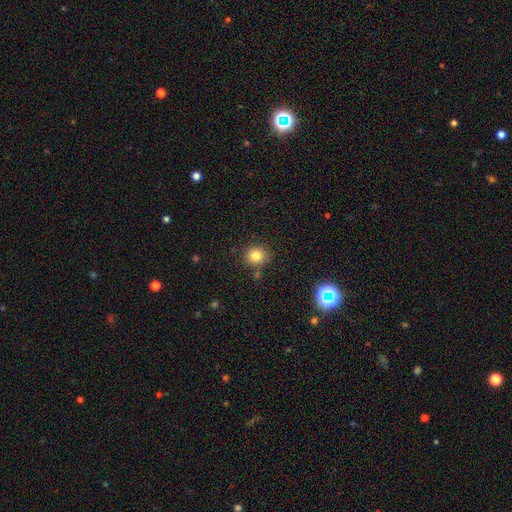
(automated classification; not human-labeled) smooth_or_featured: smooth (p=0.81) [alt: star or artifact p=0.13]
how_rounded: round (p=0.82) [alt: in between p=0.17]
merging: none (p=0.81) [alt: minor disturbance p=0.10]